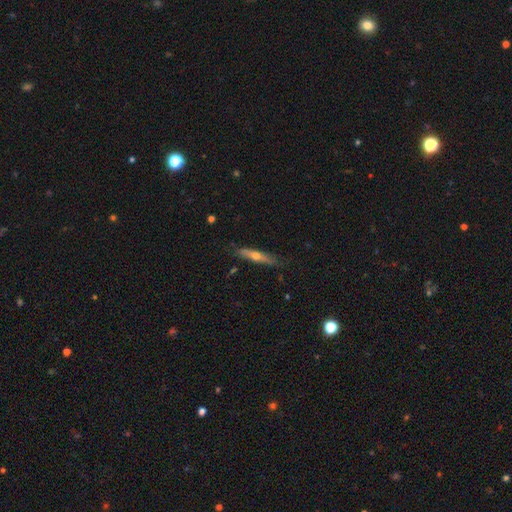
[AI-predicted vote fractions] This appears to be a featured or disk galaxy (53%) viewed edge-on (89%). Merging: none (77%).